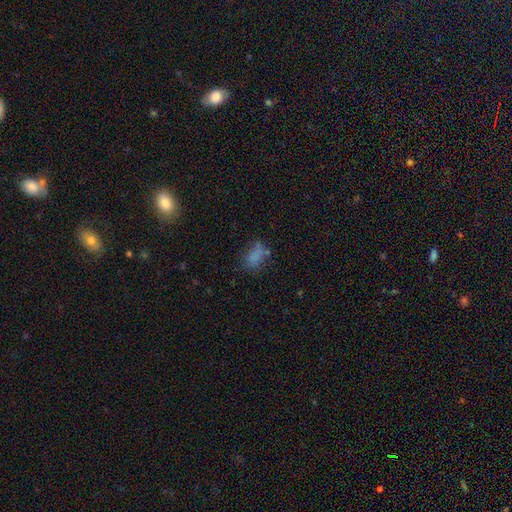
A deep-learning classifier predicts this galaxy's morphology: Smooth or featured? smooth (72%)
How rounded? in between (82%)
Merging? none (51%)